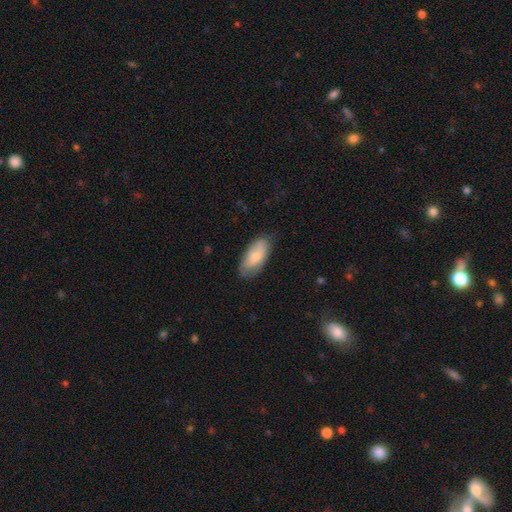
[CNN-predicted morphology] This is likely a smooth galaxy (75%). How rounded: clearly in between (90%). Merging: likely none (73%).